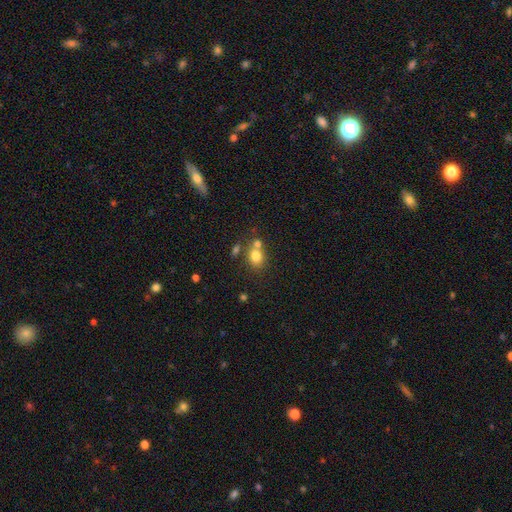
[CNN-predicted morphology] Q: Smooth or featured?
A: smooth (78%); runner-up: star or artifact (12%)
Q: How rounded?
A: round (60%); runner-up: in between (39%)
Q: Merging?
A: none (49%); runner-up: merger (35%)